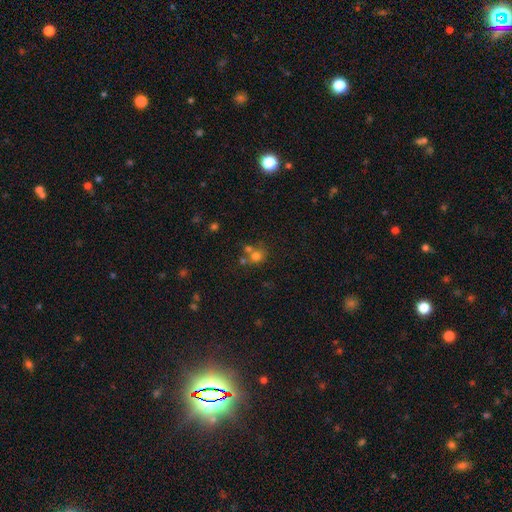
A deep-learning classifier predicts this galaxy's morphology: Q: Smooth or featured?
A: smooth (68%); runner-up: star or artifact (18%)
Q: How rounded?
A: round (82%); runner-up: in between (17%)
Q: Merging?
A: none (47%); runner-up: merger (39%)